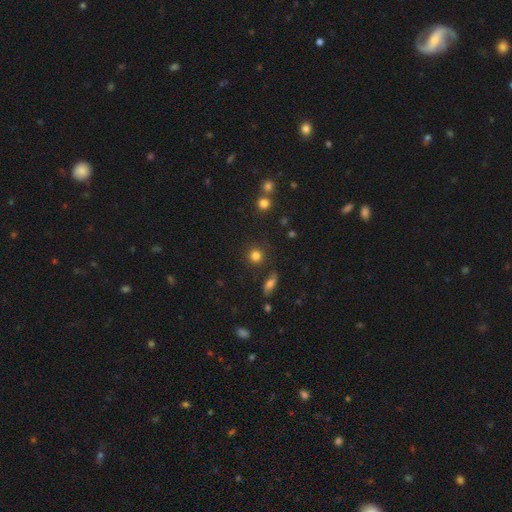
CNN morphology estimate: Smooth or featured? smooth (81%)
How rounded? round (91%)
Merging? none (85%)